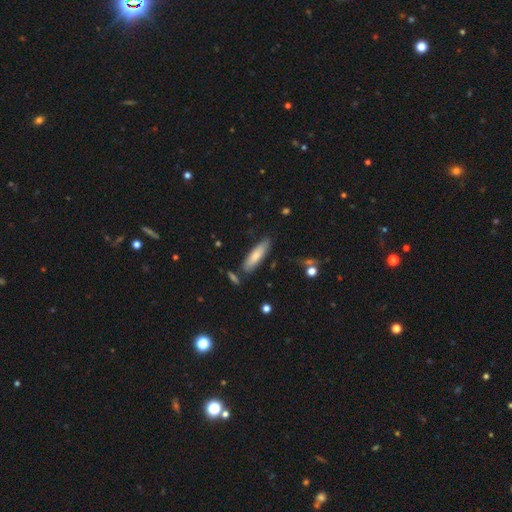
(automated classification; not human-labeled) Overall: smooth (71%). How rounded: cigar-shaped (62%; in between 36%). Merging: none (79%).